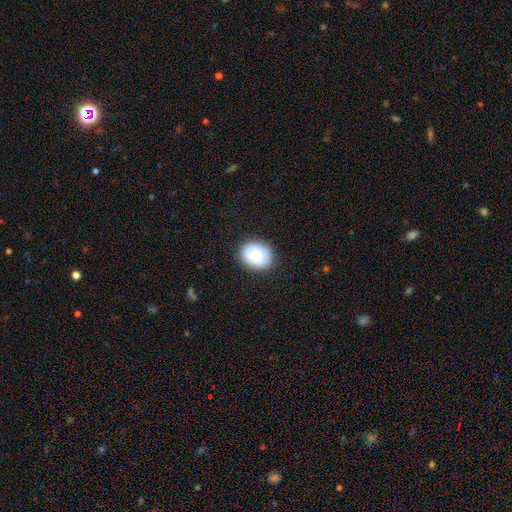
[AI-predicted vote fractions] smooth-or-featured: smooth: 68% | featured or disk: 25% | star or artifact: 8%
  how-rounded: round: 53% | in between: 46% | cigar-shaped: 1%
  merging: none: 85% | minor disturbance: 11% | major disturbance: 3% | merger: 1%